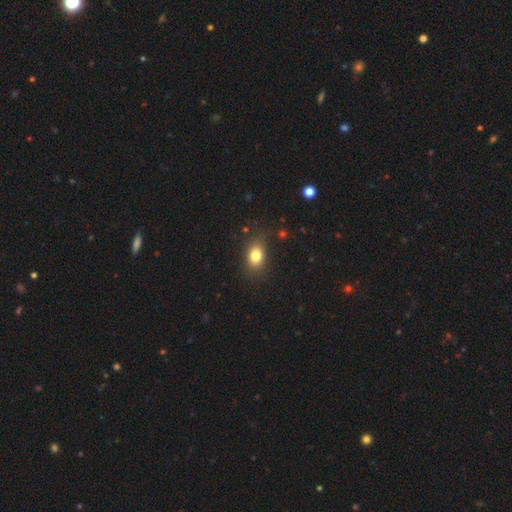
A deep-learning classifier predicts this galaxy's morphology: smooth-or-featured: smooth: 80% | star or artifact: 11% | featured or disk: 9%
  how-rounded: in between: 71% | round: 27% | cigar-shaped: 2%
  merging: none: 81% | minor disturbance: 13% | major disturbance: 4% | merger: 1%